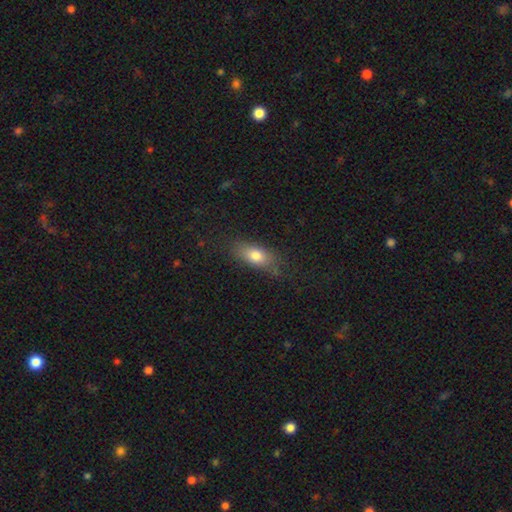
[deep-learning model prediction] This appears to be a smooth galaxy with no disk features (76%) that is in between round and cigar-shaped (79%). Merging: none (74%).